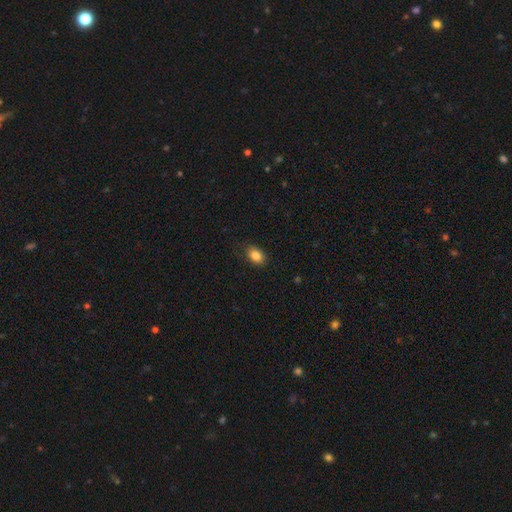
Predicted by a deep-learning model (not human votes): Smooth or featured? Predicted: smooth (p=0.85). How rounded? Predicted: in between (p=0.84). Merging? Predicted: none (p=0.85).